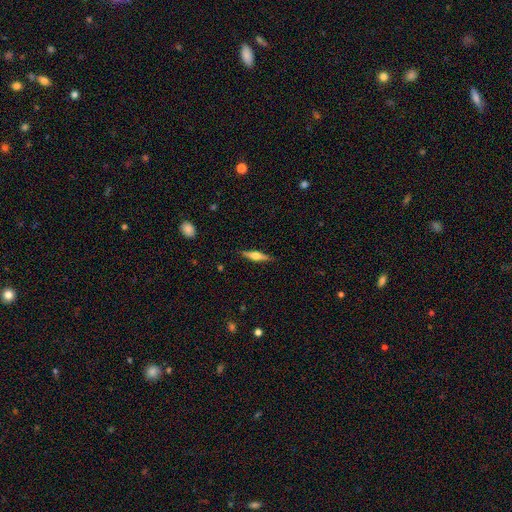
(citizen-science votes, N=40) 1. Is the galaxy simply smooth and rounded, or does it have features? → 68% featured or disk, 28% smooth, 5% star or artifact.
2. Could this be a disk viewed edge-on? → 93% yes, 7% no.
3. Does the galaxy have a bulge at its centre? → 96% rounded, 4% boxy, 0% none.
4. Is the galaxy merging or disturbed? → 87% none, 8% minor disturbance, 3% major disturbance, 3% merger.